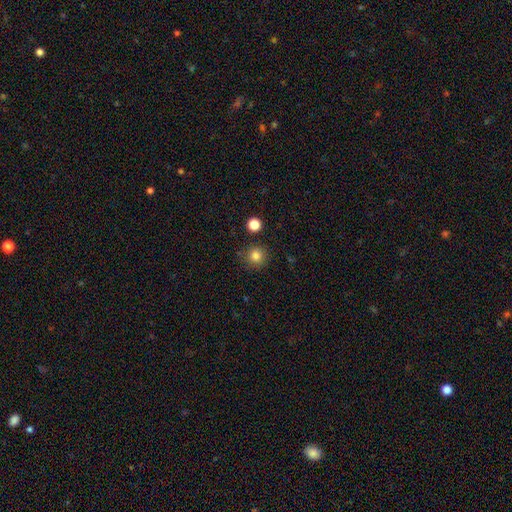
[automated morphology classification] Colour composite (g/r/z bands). It shows a smooth galaxy with no disk features (83%) that is round (93%). Merging: none (86%).